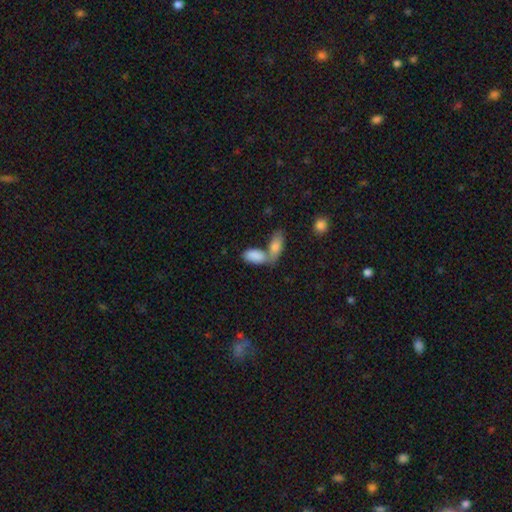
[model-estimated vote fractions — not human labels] This appears to be a smooth galaxy with no disk features (86%) that is in between round and cigar-shaped (91%). Merging: merger (52%).